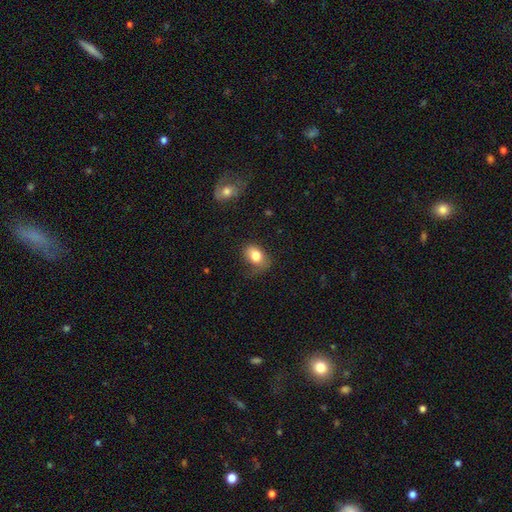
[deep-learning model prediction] Smooth or featured? Predicted: smooth (p=0.80). How rounded? Predicted: in between (p=0.73). Merging? Predicted: none (p=0.58).